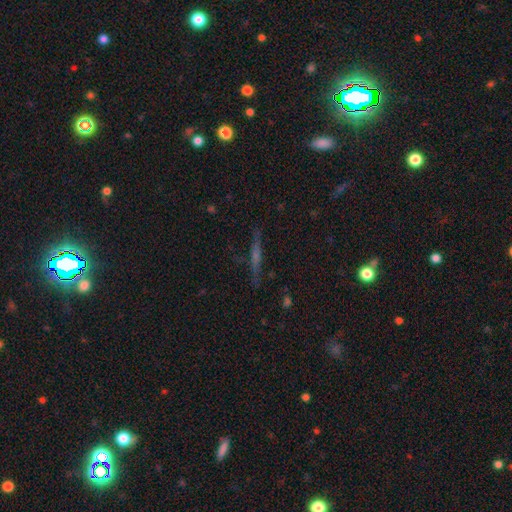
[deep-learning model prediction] This is likely a featured or disk galaxy (60%). It is clearly viewed edge-on (95%). Edge-on bulge: possibly rounded (47%). Merging: clearly none (88%).